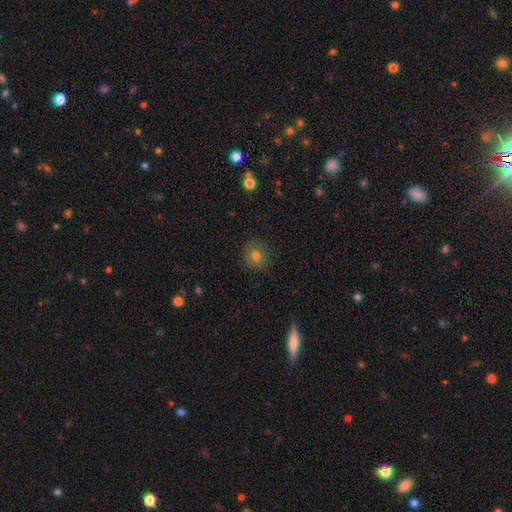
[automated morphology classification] The model was most divided on "smooth or featured": smooth: 75%, featured or disk: 14%, star or artifact: 11%. More confident: merging — none (87%); how rounded — round (83%).